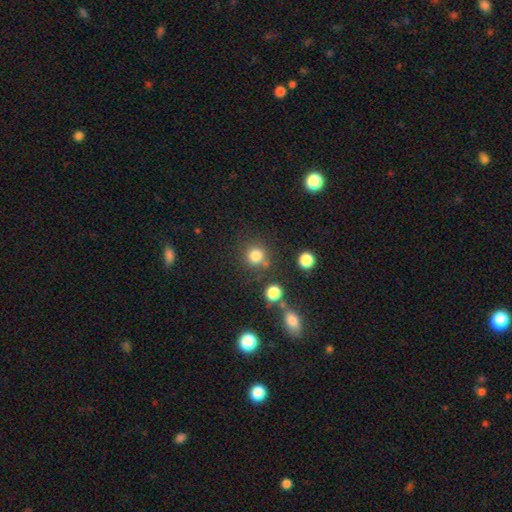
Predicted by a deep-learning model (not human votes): A smooth galaxy with no disk features (81%) that is round (91%).

Vote fractions:
- Smooth or featured? smooth: 81% / star or artifact: 14% / featured or disk: 5%
- How rounded? round: 91% / in between: 8% / cigar-shaped: 1%
- Merging? none: 76% / minor disturbance: 10% / merger: 10% / major disturbance: 5%